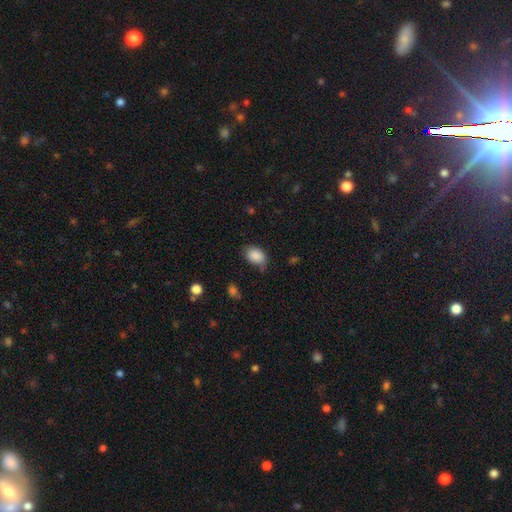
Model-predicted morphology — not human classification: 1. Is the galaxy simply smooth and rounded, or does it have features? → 87% smooth, 8% star or artifact, 5% featured or disk.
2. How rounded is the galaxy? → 80% in between, 19% round, 1% cigar-shaped.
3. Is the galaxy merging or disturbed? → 64% none, 26% minor disturbance, 7% major disturbance, 3% merger.